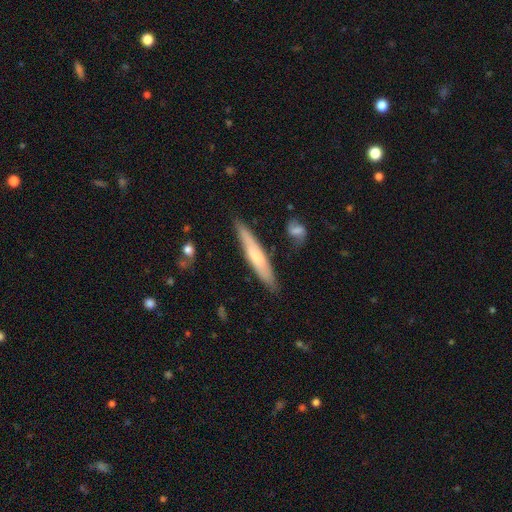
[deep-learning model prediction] Smooth or featured? smooth (51%)
How rounded? cigar-shaped (91%)
Merging? none (82%)